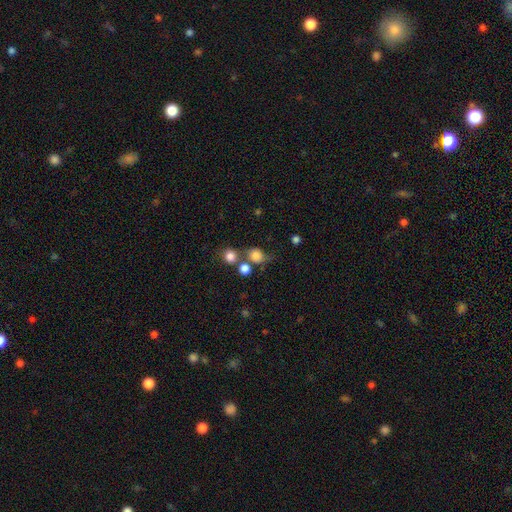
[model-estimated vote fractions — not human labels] The model was most divided on "merging": none: 48%, merger: 26%, minor disturbance: 17%, major disturbance: 9%. More confident: smooth or featured — smooth (79%); how rounded — round (72%).